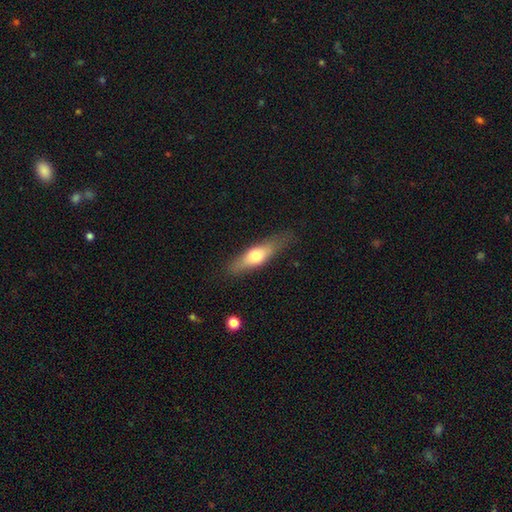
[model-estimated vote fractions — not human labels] smooth 56%, featured or disk 38%, star or artifact 6%. Down the decision tree: how rounded — cigar-shaped (53%); merging — none (76%).